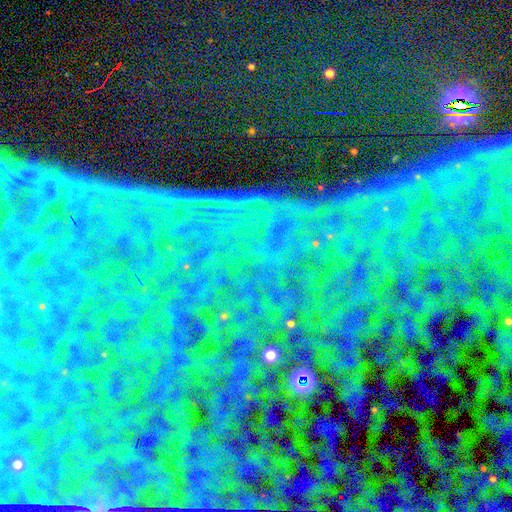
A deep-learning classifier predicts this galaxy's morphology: Smooth or featured? Predicted: star or artifact (p=0.86).